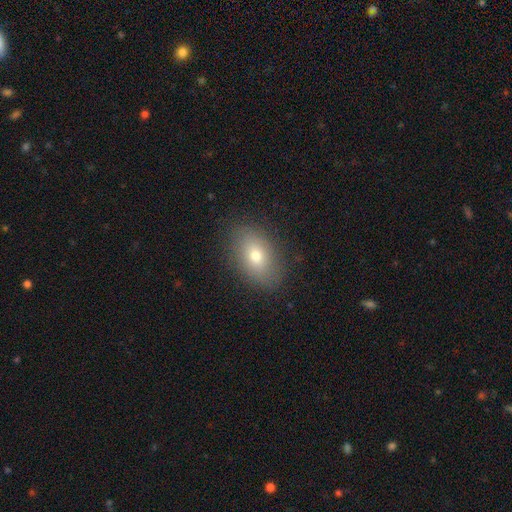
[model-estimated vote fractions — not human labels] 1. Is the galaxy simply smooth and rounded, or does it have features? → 71% smooth, 18% featured or disk, 11% star or artifact.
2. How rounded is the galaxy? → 85% in between, 13% round, 2% cigar-shaped.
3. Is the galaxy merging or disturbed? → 86% none, 10% minor disturbance, 3% major disturbance, 1% merger.